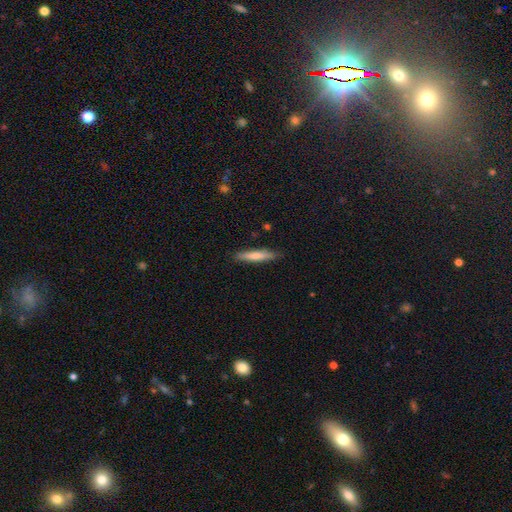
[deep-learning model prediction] smooth-or-featured: smooth: 74% | featured or disk: 21% | star or artifact: 6%
  how-rounded: cigar-shaped: 89% | in between: 9% | round: 1%
  merging: none: 86% | minor disturbance: 10% | major disturbance: 2% | merger: 1%